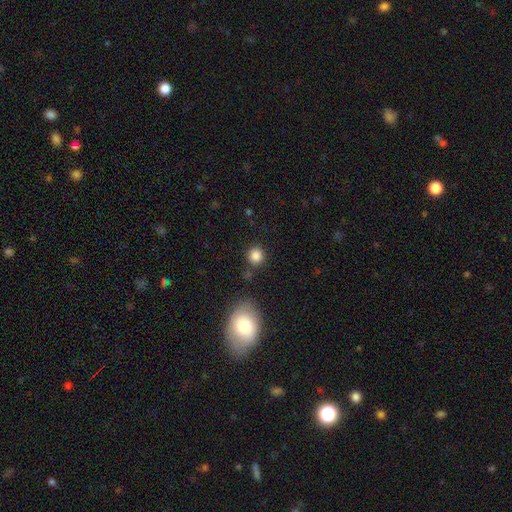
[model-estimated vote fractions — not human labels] Q: Smooth or featured?
A: smooth (84%); runner-up: star or artifact (11%)
Q: How rounded?
A: round (90%); runner-up: in between (9%)
Q: Merging?
A: none (83%); runner-up: minor disturbance (9%)